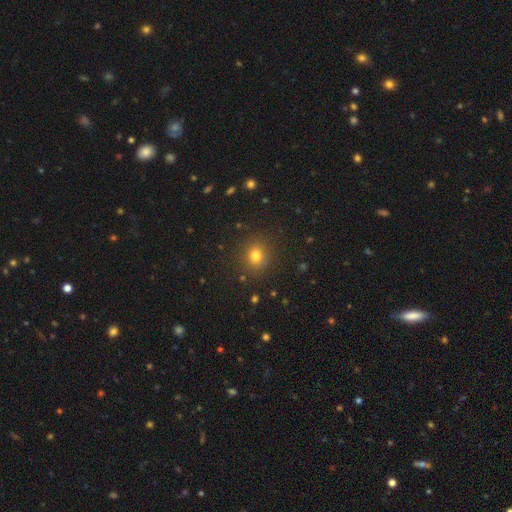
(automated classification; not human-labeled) A smooth galaxy with no disk features (78%) that is round (78%).

Vote fractions:
- Smooth or featured? smooth: 78% / star or artifact: 15% / featured or disk: 7%
- How rounded? round: 78% / in between: 21% / cigar-shaped: 1%
- Merging? none: 87% / minor disturbance: 8% / major disturbance: 3% / merger: 1%